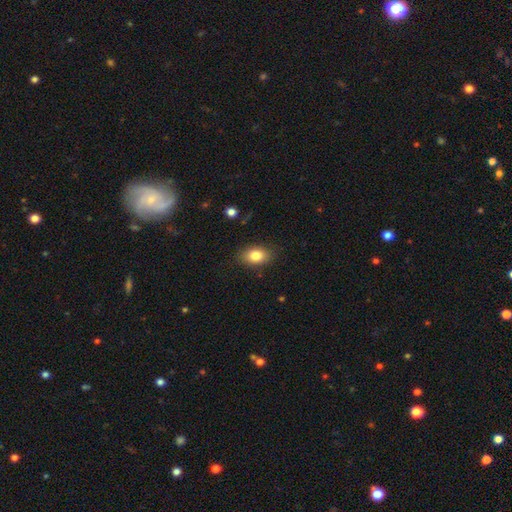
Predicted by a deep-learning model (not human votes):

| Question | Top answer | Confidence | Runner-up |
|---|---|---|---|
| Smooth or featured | smooth | 83% | featured or disk (9%) |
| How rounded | in between | 83% | round (15%) |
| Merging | none | 85% | minor disturbance (11%) |